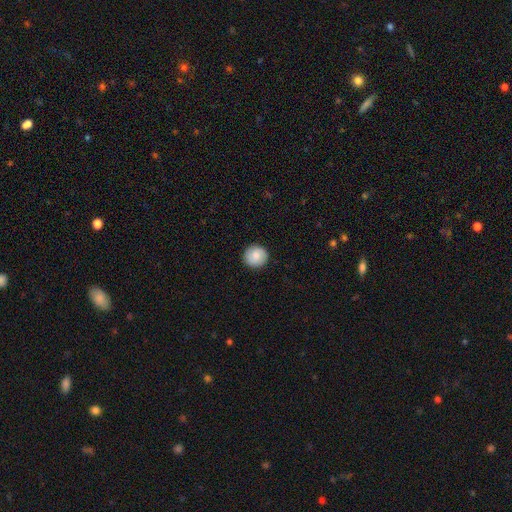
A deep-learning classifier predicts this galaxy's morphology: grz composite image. It shows a smooth galaxy with no disk features (82%) that is round (93%). Merging: none (91%).